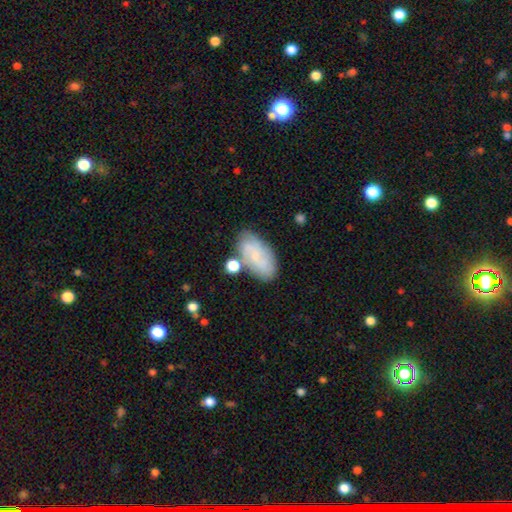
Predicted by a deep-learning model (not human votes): Q: Smooth or featured?
A: smooth (53%); runner-up: featured or disk (38%)
Q: How rounded?
A: in between (91%); runner-up: round (5%)
Q: Merging?
A: none (62%); runner-up: minor disturbance (20%)